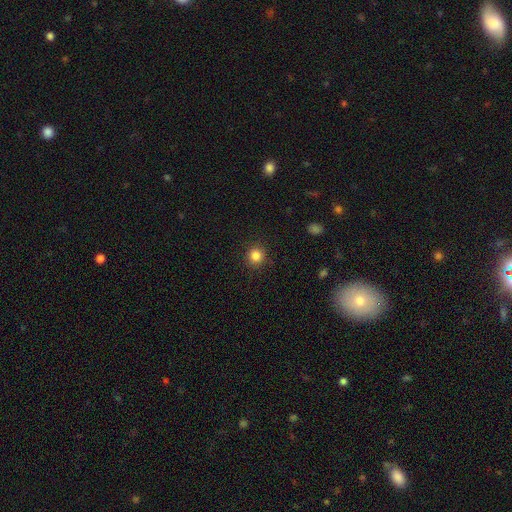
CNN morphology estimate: Overall: smooth (84%). How rounded: round (93%). Merging: none (90%).